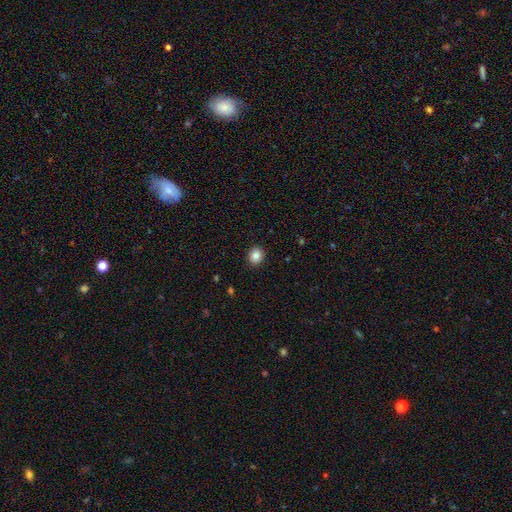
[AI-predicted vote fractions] Smooth or featured: smooth — 85% (star or artifact — 10%)
How rounded: round — 73% (in between — 26%)
Merging: none — 91% (minor disturbance — 6%)